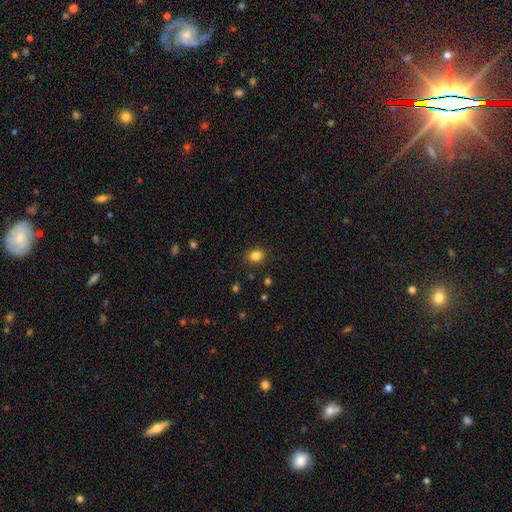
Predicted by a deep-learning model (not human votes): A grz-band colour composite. It shows a smooth galaxy with no disk features (84%) that is in between round and cigar-shaped (56%). Merging: none (87%).